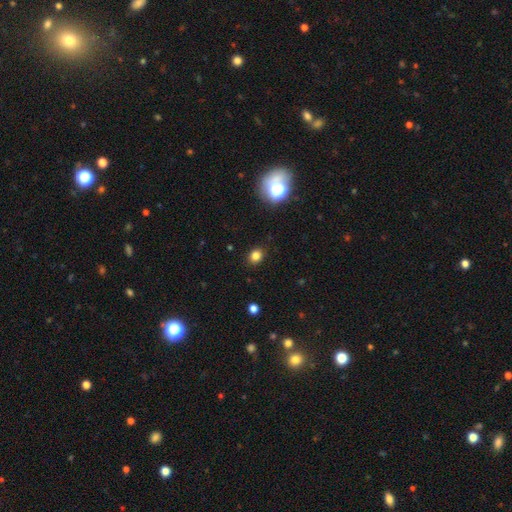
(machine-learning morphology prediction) type=smooth (81%); roundness=round (66%); merging=none (89%).